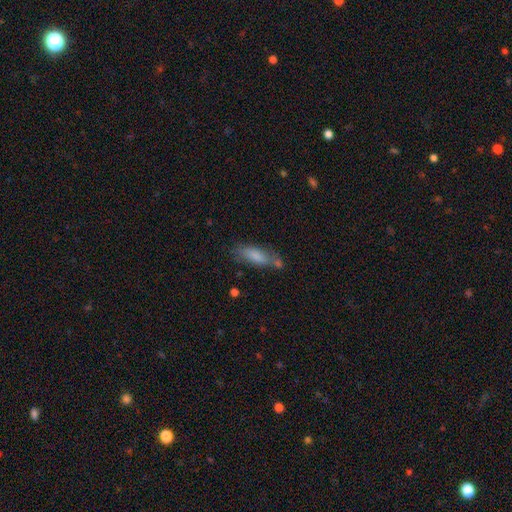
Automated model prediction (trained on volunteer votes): A smooth galaxy with no disk features (78%) that is in between round and cigar-shaped (59%).

Vote fractions:
- Smooth or featured? smooth: 78% / featured or disk: 15% / star or artifact: 7%
- How rounded? in between: 59% / cigar-shaped: 39% / round: 2%
- Merging? none: 54% / minor disturbance: 22% / merger: 16% / major disturbance: 8%